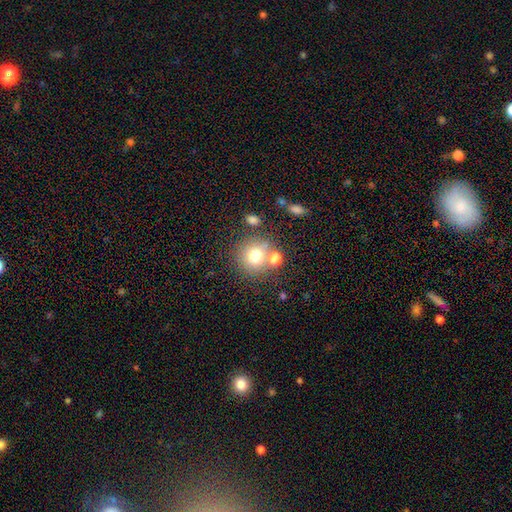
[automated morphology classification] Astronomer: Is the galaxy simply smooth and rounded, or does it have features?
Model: smooth — 73%.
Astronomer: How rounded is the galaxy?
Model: round — 91%.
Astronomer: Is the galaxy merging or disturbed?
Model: none — 64%.